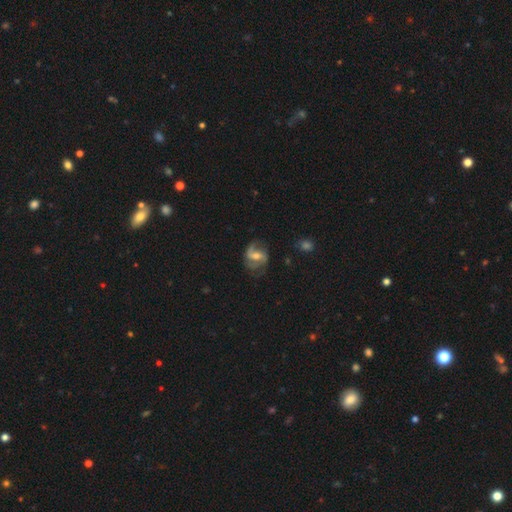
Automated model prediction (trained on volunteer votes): Morphology: type=featured or disk (81%); edge-on=no (97%); bar=weak (45%); spiral arms=yes (94%); winding=medium (44%); arm count=2 (72%); bulge=moderate (59%); merging=none (66%).